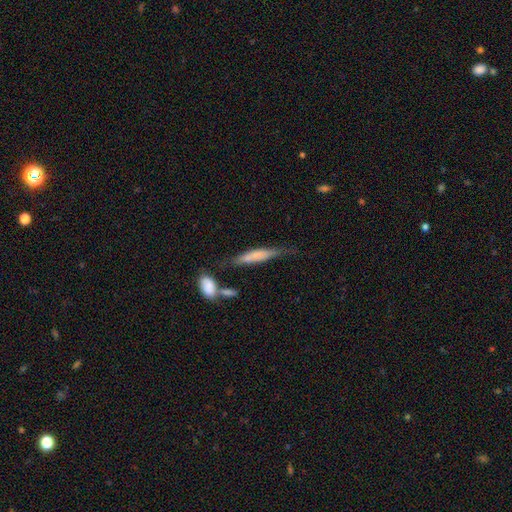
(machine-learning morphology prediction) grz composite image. It shows a smooth galaxy with no disk features (58%) that is cigar-shaped (86%). Merging: none (51%).